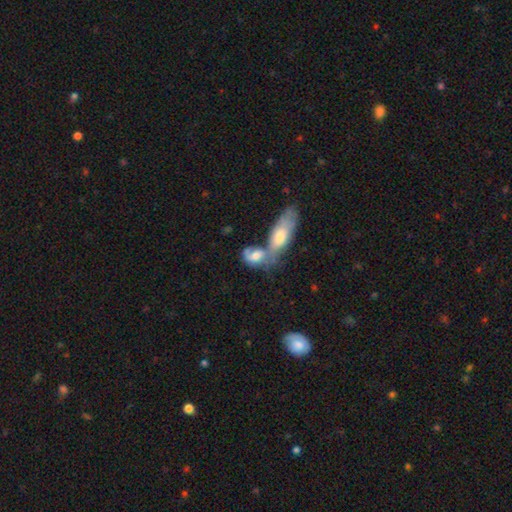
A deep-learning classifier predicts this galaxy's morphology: type=smooth (61%); roundness=in between (79%); merging=merger (62%).